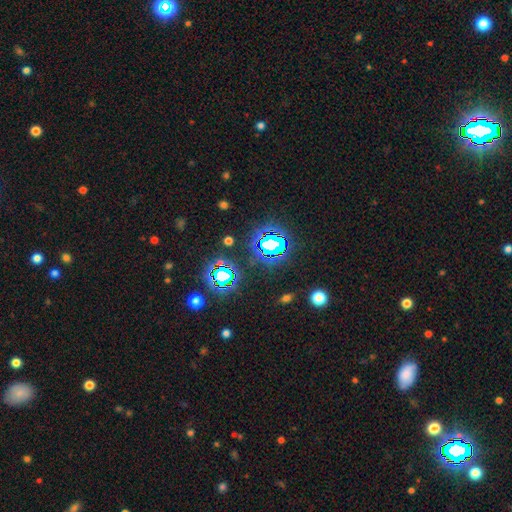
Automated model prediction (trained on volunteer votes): The model was most divided on "smooth or featured": star or artifact: 81%, smooth: 12%, featured or disk: 7%.